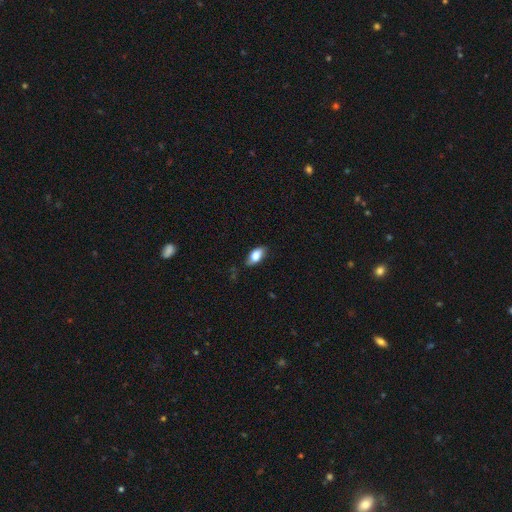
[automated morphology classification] smooth-or-featured: smooth: 78% | featured or disk: 15% | star or artifact: 7%
  how-rounded: in between: 88% | cigar-shaped: 8% | round: 4%
  merging: none: 77% | minor disturbance: 18% | major disturbance: 3% | merger: 1%